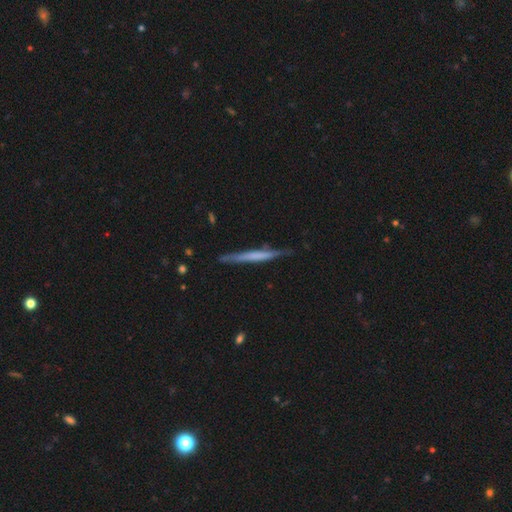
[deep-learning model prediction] featured or disk 49%, smooth 45%, star or artifact 5%. Down the decision tree: merging — none (80%).